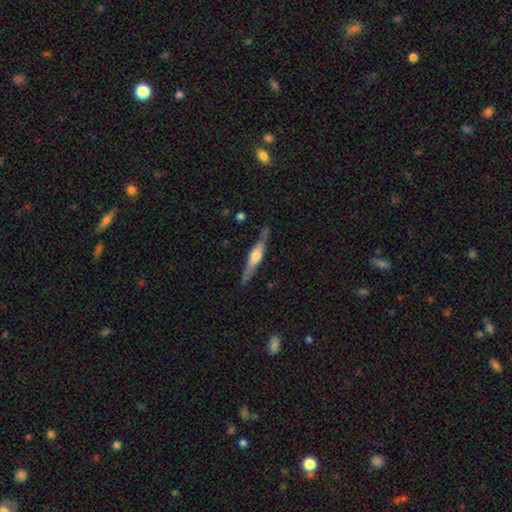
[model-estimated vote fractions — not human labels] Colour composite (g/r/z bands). It shows a featured or disk galaxy (70%) viewed edge-on (96%) with a rounded central bulge (74%). Merging: none (83%).